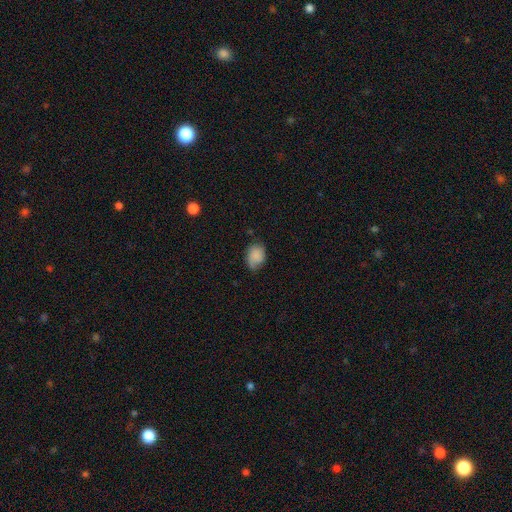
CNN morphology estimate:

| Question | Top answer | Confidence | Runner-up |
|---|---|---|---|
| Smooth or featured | smooth | 78% | featured or disk (14%) |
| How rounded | in between | 70% | round (29%) |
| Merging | none | 61% | minor disturbance (30%) |